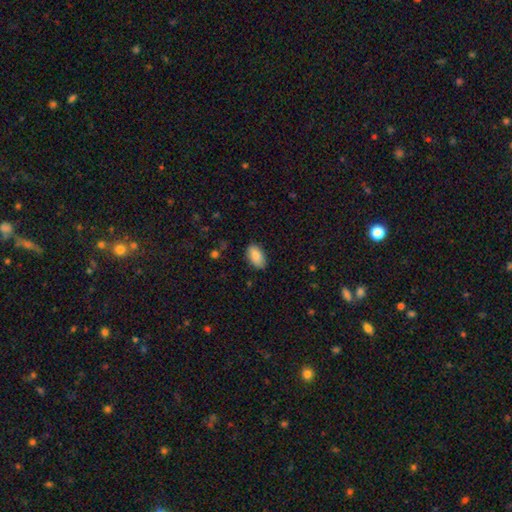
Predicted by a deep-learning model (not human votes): Smooth or featured: smooth — 88% (star or artifact — 7%)
How rounded: in between — 94% (round — 4%)
Merging: none — 84% (minor disturbance — 13%)